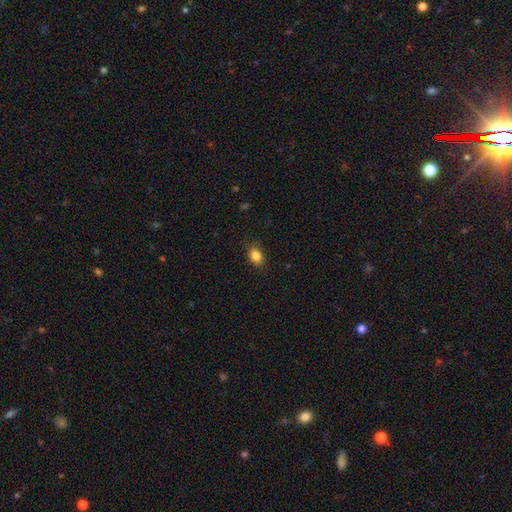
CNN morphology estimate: This appears to be a smooth galaxy with no disk features (85%) that is in between round and cigar-shaped (70%). Merging: none (85%).